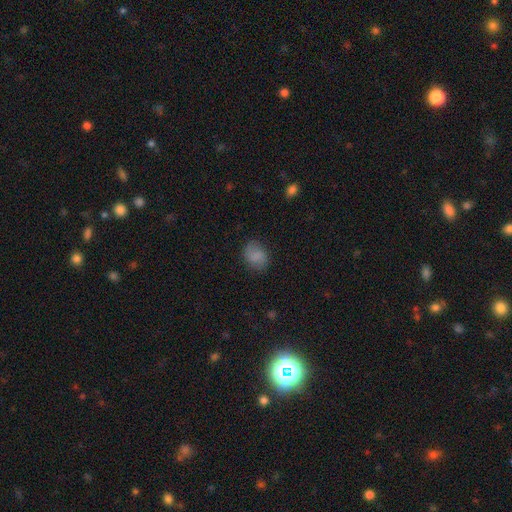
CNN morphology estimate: The model was most divided on "how rounded": in between: 53%, round: 46%, cigar-shaped: 1%. More confident: merging — none (78%); smooth or featured — smooth (72%).